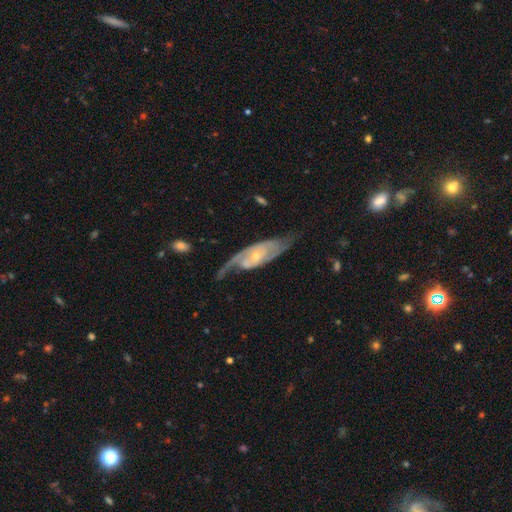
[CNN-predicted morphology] Overall: featured or disk (86%). Edge-on disk: no (90%). Bar: no (57%; weak 33%). Spiral arms: yes (94%). Spiral arm count: 2 (77%). Spiral winding: medium (44%; tight 32%). Bulge size: small (66%; moderate 29%). Merging: none (58%; minor disturbance 22%).